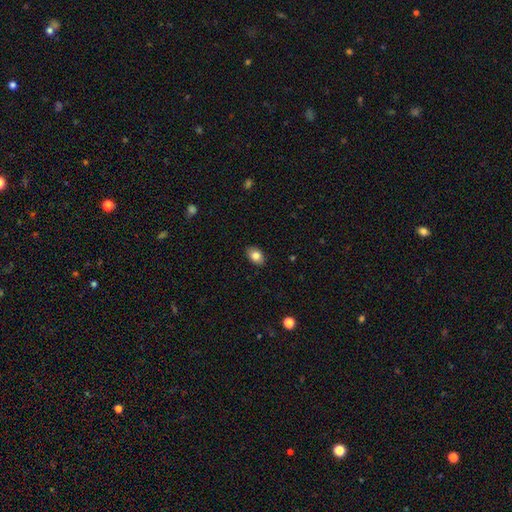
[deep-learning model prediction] This appears to be a smooth galaxy with no disk features (83%) that is in between round and cigar-shaped (83%). Merging: none (88%).